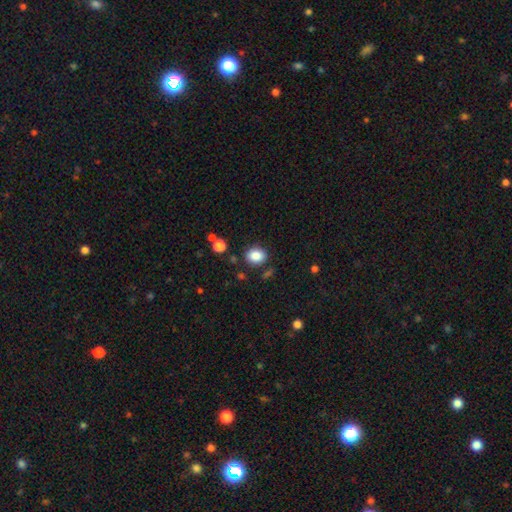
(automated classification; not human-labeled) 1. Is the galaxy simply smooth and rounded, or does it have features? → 86% smooth, 9% star or artifact, 5% featured or disk.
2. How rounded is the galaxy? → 51% in between, 48% round, 1% cigar-shaped.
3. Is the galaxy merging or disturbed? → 82% none, 11% minor disturbance, 4% merger, 3% major disturbance.